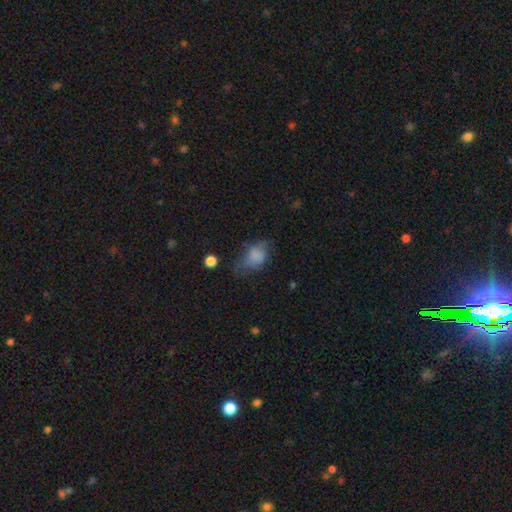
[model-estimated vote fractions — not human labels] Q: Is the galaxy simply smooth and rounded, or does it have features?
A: smooth — 72%.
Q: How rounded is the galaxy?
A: in between — 80%.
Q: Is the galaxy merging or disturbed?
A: none — 34%.